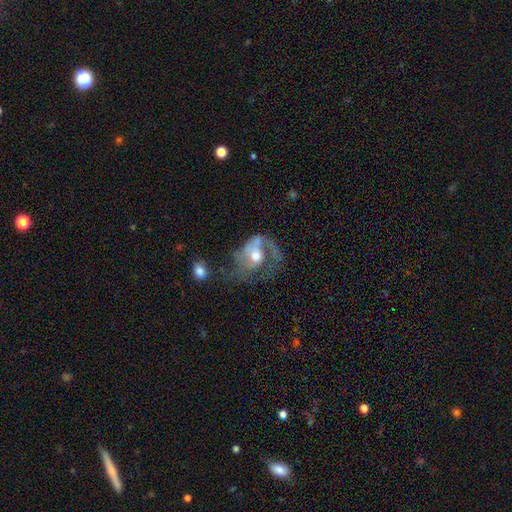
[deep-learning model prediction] Smooth or featured: featured or disk — 62% (smooth — 30%)
Edge-on disk: no — 97% (yes — 3%)
Bar: no — 72% (weak — 23%)
Spiral arms: yes — 60% (no — 40%)
Bulge size: moderate — 70% (large — 13%)
Merging: major disturbance — 52% (none — 22%)